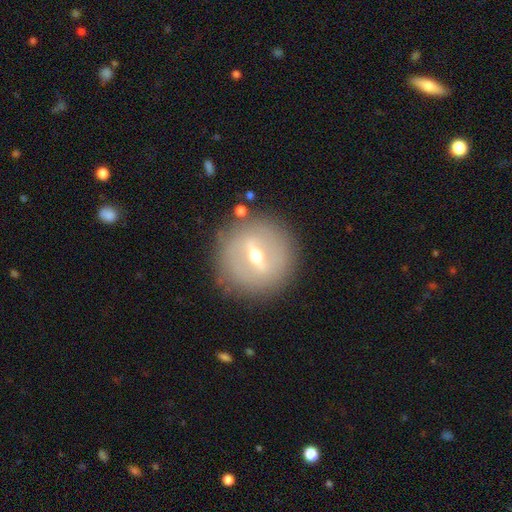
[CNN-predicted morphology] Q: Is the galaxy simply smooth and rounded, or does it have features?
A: featured or disk — 68%.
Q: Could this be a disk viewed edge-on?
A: no — 79%.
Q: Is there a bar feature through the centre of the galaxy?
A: strong — 56%.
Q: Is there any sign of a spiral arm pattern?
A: no — 78%.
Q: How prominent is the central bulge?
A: moderate — 62%.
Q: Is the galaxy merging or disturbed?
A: none — 86%.